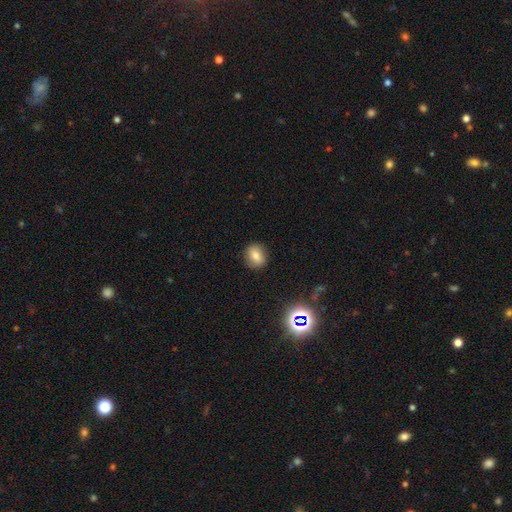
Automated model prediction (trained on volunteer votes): Smooth or featured: smooth — 76% (star or artifact — 12%)
How rounded: round — 60% (in between — 38%)
Merging: none — 87% (minor disturbance — 9%)